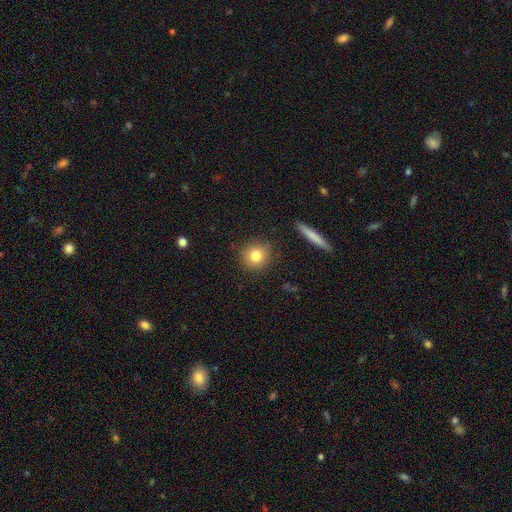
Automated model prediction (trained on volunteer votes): Smooth or featured?
  - smooth: 80% *
  - featured or disk: 10%
  - star or artifact: 10%
How rounded?
  - round: 89% *
  - in between: 9%
  - cigar-shaped: 2%
Merging?
  - none: 87% *
  - minor disturbance: 9%
  - major disturbance: 3%
  - merger: 2%